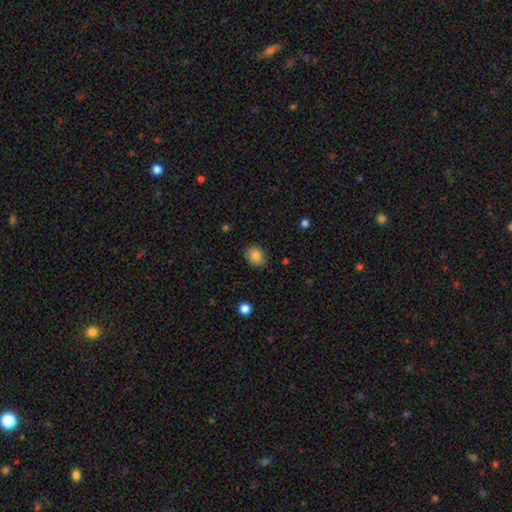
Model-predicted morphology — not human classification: Overall: smooth (83%). How rounded: round (50%; in between 49%). Merging: none (84%).